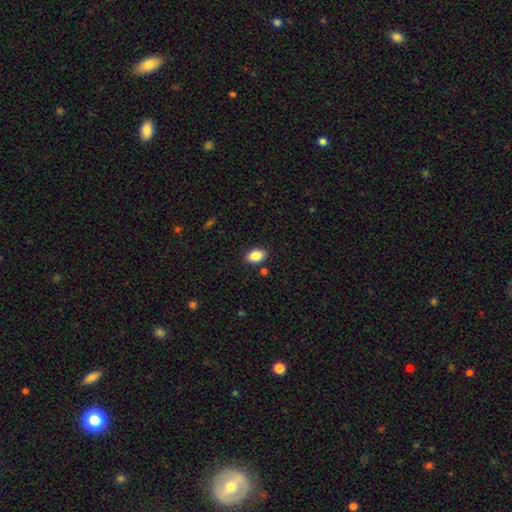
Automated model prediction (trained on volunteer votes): A smooth galaxy with no disk features (87%) that is in between round and cigar-shaped (88%).

Vote fractions:
- Smooth or featured? smooth: 87% / star or artifact: 8% / featured or disk: 5%
- How rounded? in between: 88% / round: 10% / cigar-shaped: 1%
- Merging? none: 87% / minor disturbance: 8% / merger: 2% / major disturbance: 2%